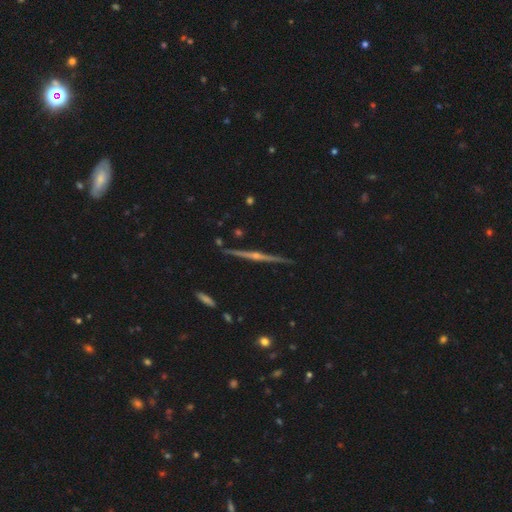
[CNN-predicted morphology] smooth-or-featured: featured or disk: 76% | smooth: 13% | star or artifact: 11%
  disk-edge-on: yes: 95% | no: 5%
    edge-on-bulge: rounded: 77% | none: 14% | boxy: 9%
  merging: none: 86% | minor disturbance: 9% | major disturbance: 3% | merger: 3%